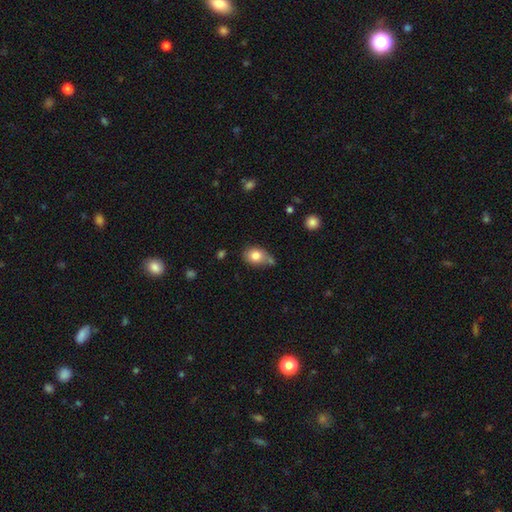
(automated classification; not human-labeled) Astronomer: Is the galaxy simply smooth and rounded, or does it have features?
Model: smooth — 80%.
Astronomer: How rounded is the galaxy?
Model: in between — 62%.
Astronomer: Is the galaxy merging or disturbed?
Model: none — 48% (runner-up: minor disturbance, 30%).